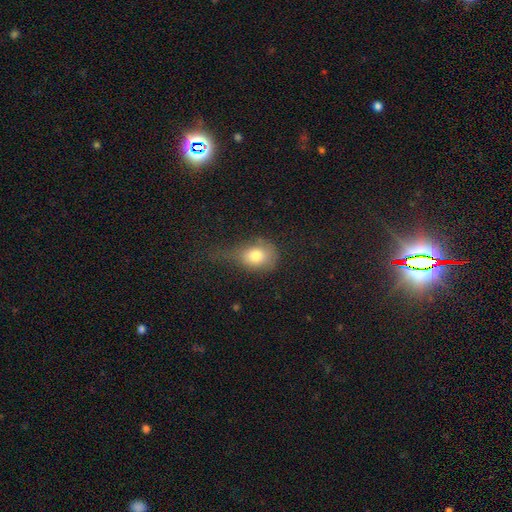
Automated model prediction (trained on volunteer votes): Smooth or featured? smooth (77%)
How rounded? in between (60%)
Merging? major disturbance (36%)